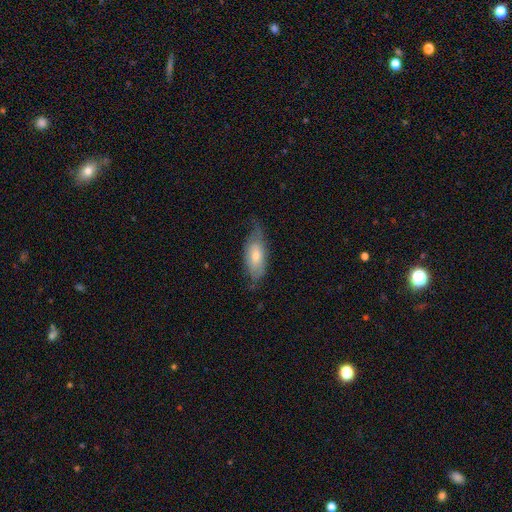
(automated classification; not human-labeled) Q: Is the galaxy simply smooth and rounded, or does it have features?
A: smooth — 53%.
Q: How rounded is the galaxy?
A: in between — 84%.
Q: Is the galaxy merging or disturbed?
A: none — 53%.